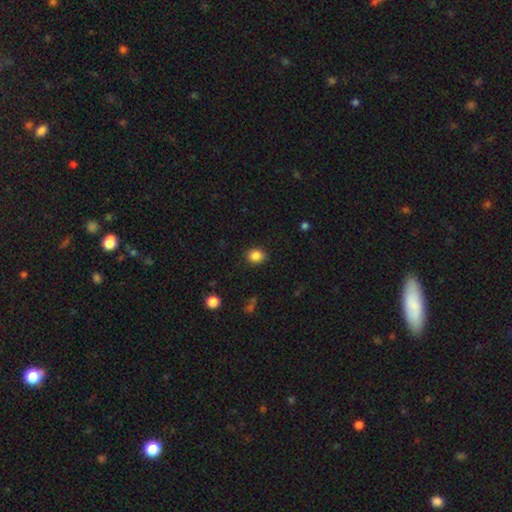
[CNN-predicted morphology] smooth-or-featured: smooth: 86% | star or artifact: 10% | featured or disk: 4%
  how-rounded: round: 59% | in between: 40% | cigar-shaped: 1%
  merging: none: 88% | minor disturbance: 8% | major disturbance: 2% | merger: 1%